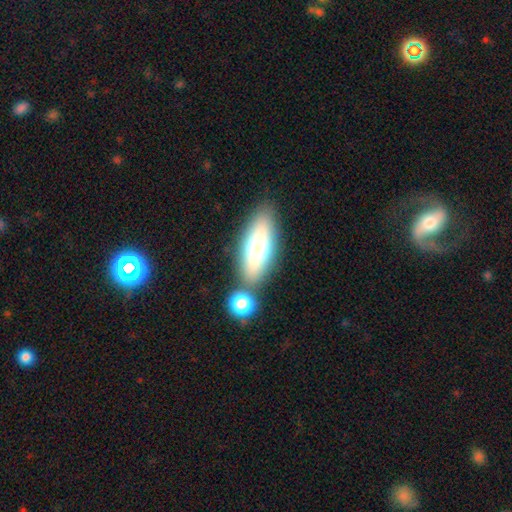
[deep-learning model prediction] Smooth or featured? Predicted: smooth (p=0.72). How rounded? Predicted: in between (p=0.73). Merging? Predicted: none (p=0.66).